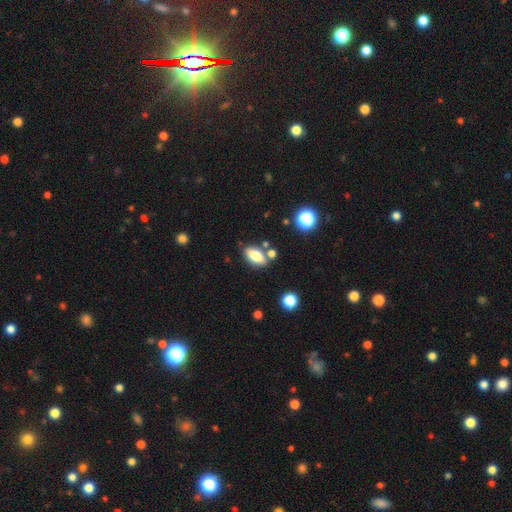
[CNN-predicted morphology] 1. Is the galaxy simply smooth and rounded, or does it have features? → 73% smooth, 18% featured or disk, 9% star or artifact.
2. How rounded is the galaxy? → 84% in between, 10% cigar-shaped, 6% round.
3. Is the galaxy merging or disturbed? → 72% none, 12% minor disturbance, 12% merger, 3% major disturbance.